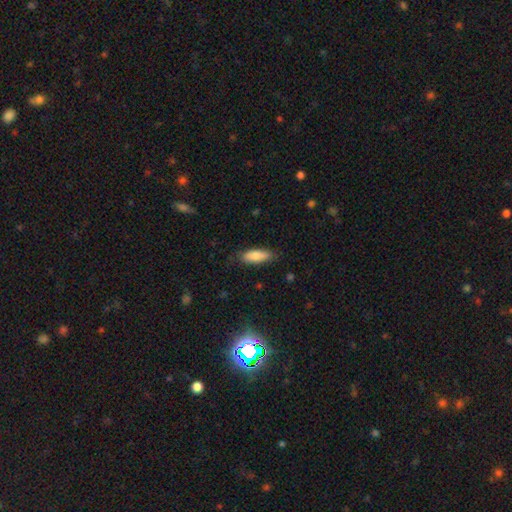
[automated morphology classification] A smooth galaxy with no disk features (82%) that is in between round and cigar-shaped (65%).

Vote fractions:
- Smooth or featured? smooth: 82% / featured or disk: 11% / star or artifact: 6%
- How rounded? in between: 65% / cigar-shaped: 33% / round: 2%
- Merging? none: 81% / minor disturbance: 15% / major disturbance: 3% / merger: 1%